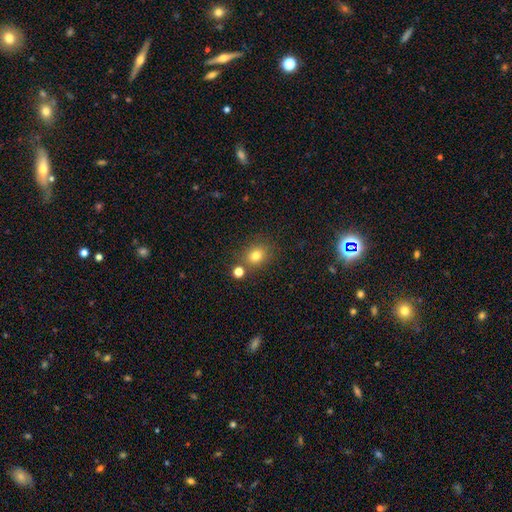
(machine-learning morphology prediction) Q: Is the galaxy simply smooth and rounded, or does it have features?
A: smooth — 78%.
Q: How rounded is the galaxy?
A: round — 66%.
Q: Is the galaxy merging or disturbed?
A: none — 73%.